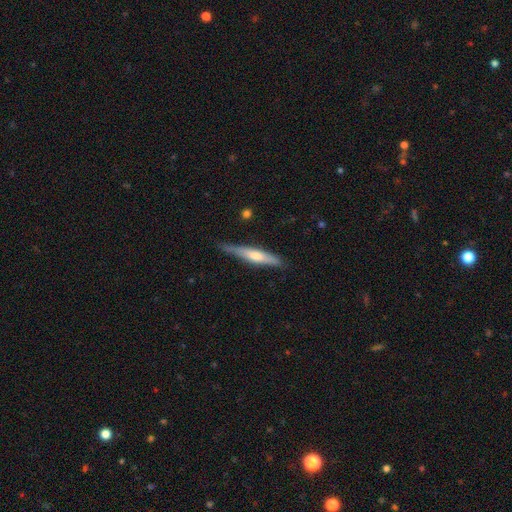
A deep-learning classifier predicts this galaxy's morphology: This appears to be a featured or disk galaxy (55%) viewed edge-on (94%) with a rounded central bulge (75%). Merging: none (77%).